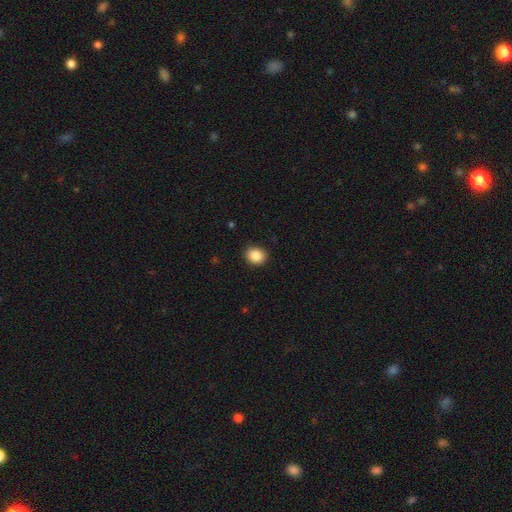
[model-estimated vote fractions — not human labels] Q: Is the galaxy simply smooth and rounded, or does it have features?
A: smooth — 87%.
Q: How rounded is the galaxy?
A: round — 68%.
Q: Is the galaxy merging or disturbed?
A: none — 90%.